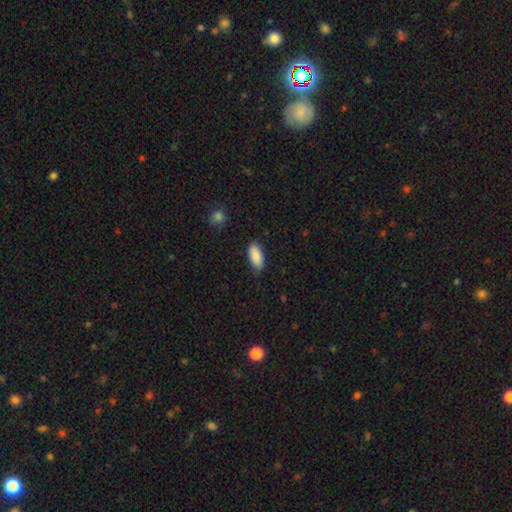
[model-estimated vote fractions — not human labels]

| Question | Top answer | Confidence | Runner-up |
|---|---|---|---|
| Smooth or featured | smooth | 89% | star or artifact (6%) |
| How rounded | in between | 88% | cigar-shaped (10%) |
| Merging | none | 80% | minor disturbance (16%) |